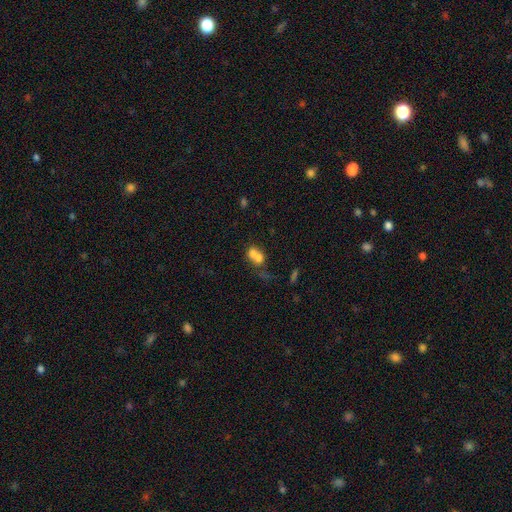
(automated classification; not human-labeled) Smooth or featured? smooth (66%)
How rounded? round (55%)
Merging? merger (68%)